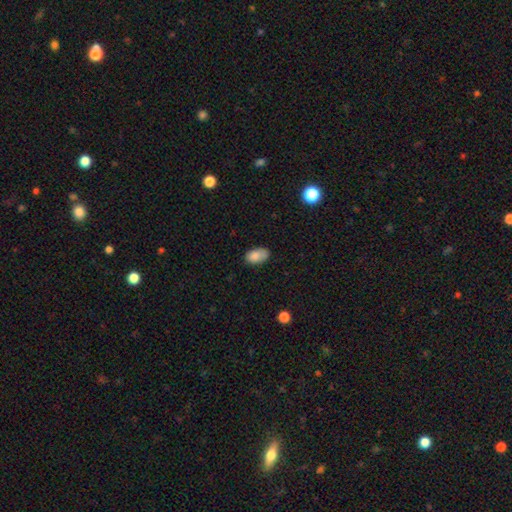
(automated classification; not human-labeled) Smooth or featured? Predicted: smooth (p=0.84). How rounded? Predicted: in between (p=0.92). Merging? Predicted: none (p=0.68).